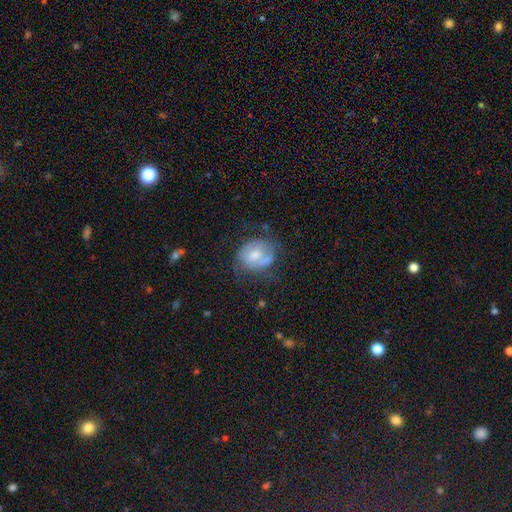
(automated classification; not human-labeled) Smooth or featured? Predicted: smooth (p=0.50). Merging? Predicted: none (p=0.45).